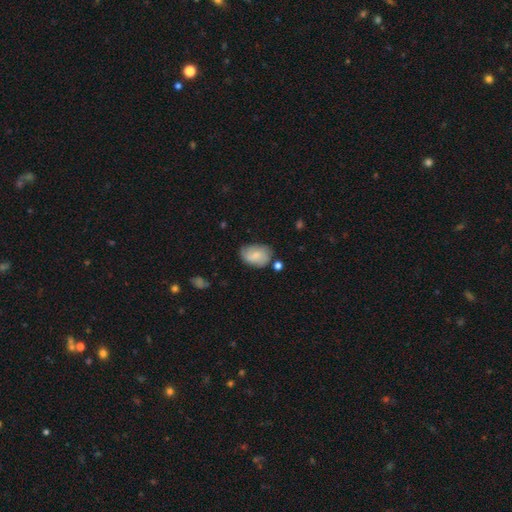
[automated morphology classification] Smooth or featured? smooth (73%)
How rounded? in between (83%)
Merging? none (62%)